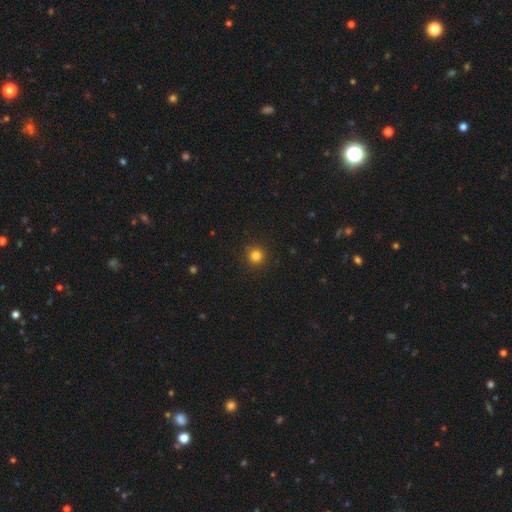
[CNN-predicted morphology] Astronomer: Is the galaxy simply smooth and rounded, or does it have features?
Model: smooth — 82%.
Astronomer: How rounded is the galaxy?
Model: round — 95%.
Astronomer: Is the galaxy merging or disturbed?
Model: none — 92%.